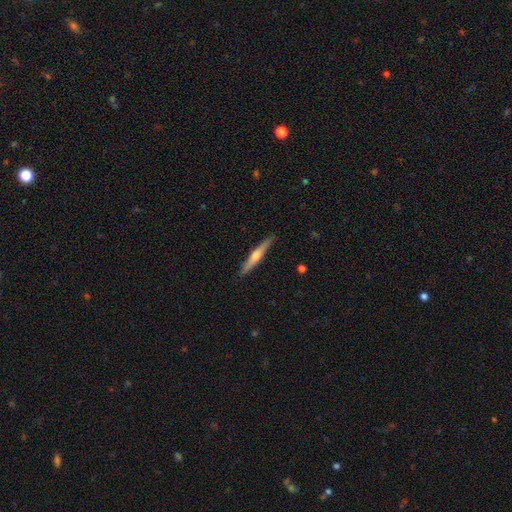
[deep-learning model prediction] A featured or disk galaxy (60%) viewed edge-on (97%) with a rounded central bulge (87%).

Vote fractions:
- Smooth or featured? featured or disk: 60% / smooth: 35% / star or artifact: 5%
- Edge-on disk? yes: 97% / no: 3%
- Edge-on bulge? rounded: 87% / none: 9% / boxy: 4%
- Merging? none: 90% / minor disturbance: 7% / major disturbance: 1% / merger: 1%